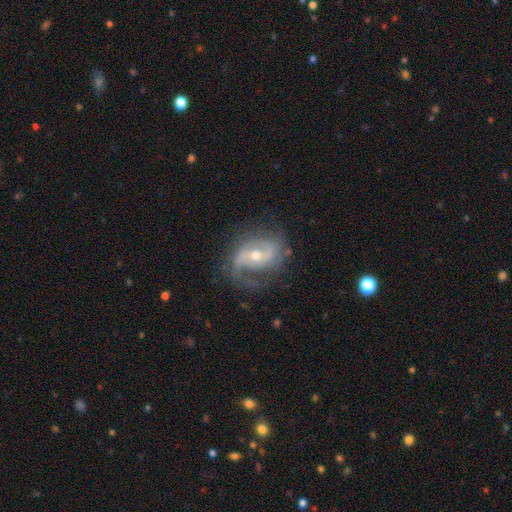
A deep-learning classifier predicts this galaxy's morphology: Smooth or featured? Predicted: featured or disk (p=0.86). Edge-on disk? Predicted: no (p=0.97). Bar? Predicted: weak (p=0.42). Spiral arms? Predicted: yes (p=0.94). Spiral winding? Predicted: medium (p=0.46). Spiral arm count? Predicted: 2 (p=0.72). Bulge size? Predicted: moderate (p=0.53). Merging? Predicted: none (p=0.62).